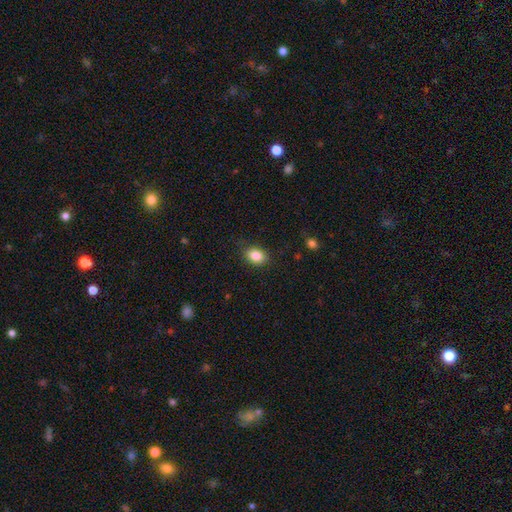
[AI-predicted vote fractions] smooth_or_featured: smooth (p=0.85) [alt: star or artifact p=0.09]
how_rounded: in between (p=0.70) [alt: round p=0.29]
merging: none (p=0.83) [alt: minor disturbance p=0.13]